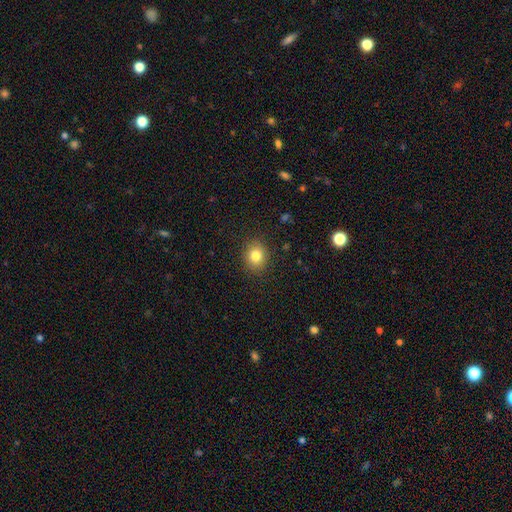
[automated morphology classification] This is clearly a smooth galaxy (81%). How rounded: likely round (69%). Merging: clearly none (89%).